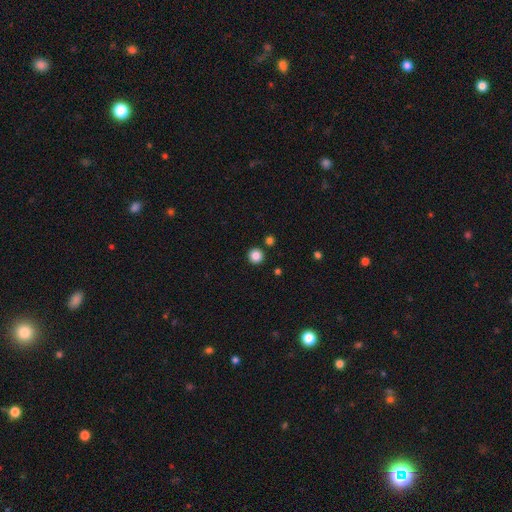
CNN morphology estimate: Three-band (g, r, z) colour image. It shows a smooth galaxy with no disk features (85%) that is round (96%). Merging: none (90%).